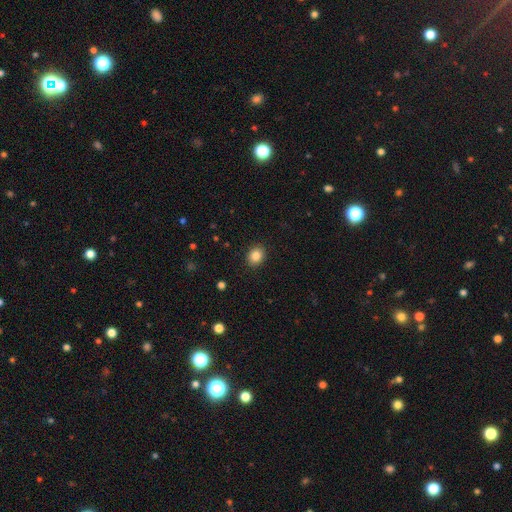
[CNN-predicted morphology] Q: Smooth or featured?
A: smooth (86%); runner-up: star or artifact (9%)
Q: How rounded?
A: round (52%); runner-up: in between (47%)
Q: Merging?
A: none (90%); runner-up: minor disturbance (7%)